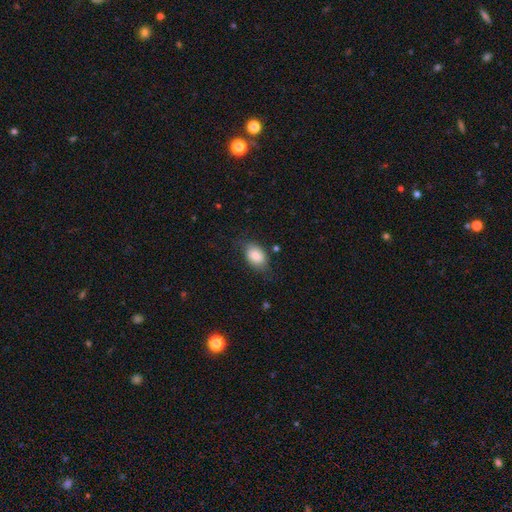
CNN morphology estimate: Q: Smooth or featured?
A: smooth (83%); runner-up: featured or disk (10%)
Q: How rounded?
A: in between (83%); runner-up: round (16%)
Q: Merging?
A: none (68%); runner-up: minor disturbance (23%)